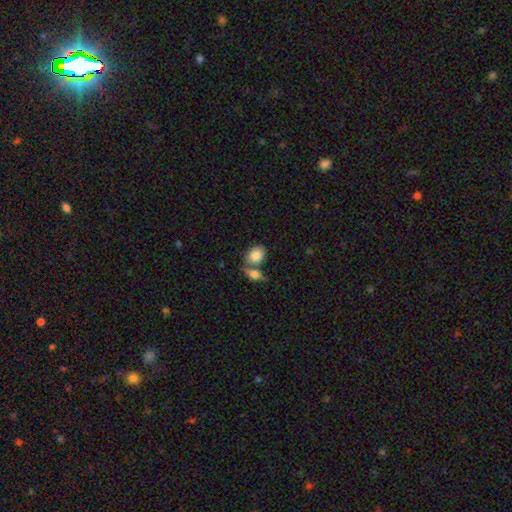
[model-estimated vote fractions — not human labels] smooth_or_featured: smooth (p=0.84) [alt: featured or disk p=0.09]
how_rounded: in between (p=0.73) [alt: round p=0.26]
merging: merger (p=0.43) [alt: none p=0.40]